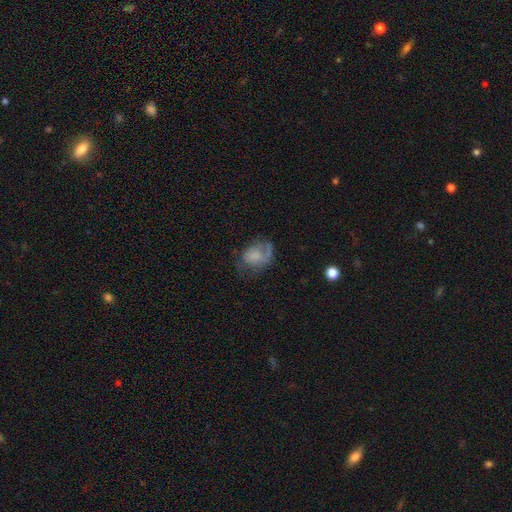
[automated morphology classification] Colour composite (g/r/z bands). It shows a smooth galaxy with no disk features (56%) that is in between round and cigar-shaped (68%). Merging: none (37%).